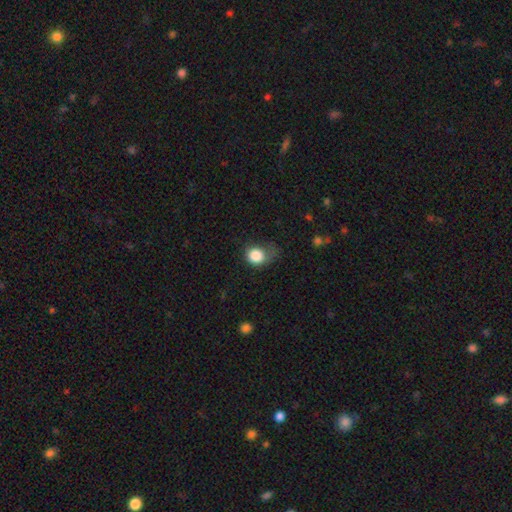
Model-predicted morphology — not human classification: Smooth or featured: smooth — 85% (star or artifact — 8%)
How rounded: round — 72% (in between — 27%)
Merging: none — 36% (minor disturbance — 33%)